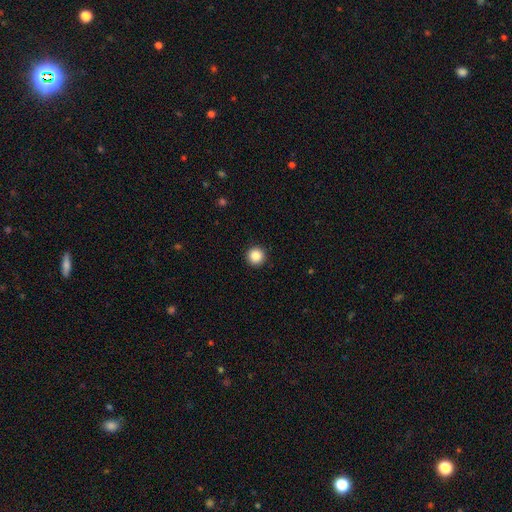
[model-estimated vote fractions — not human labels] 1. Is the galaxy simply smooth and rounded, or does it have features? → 87% smooth, 10% star or artifact, 4% featured or disk.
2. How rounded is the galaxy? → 96% round, 3% in between, 1% cigar-shaped.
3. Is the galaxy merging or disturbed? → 93% none, 4% minor disturbance, 1% major disturbance, 1% merger.